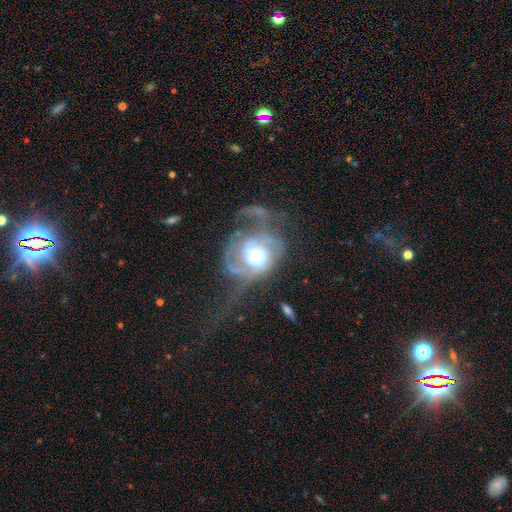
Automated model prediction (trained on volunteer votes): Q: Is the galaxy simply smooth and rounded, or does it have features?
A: featured or disk — 81%.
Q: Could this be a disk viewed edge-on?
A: no — 97%.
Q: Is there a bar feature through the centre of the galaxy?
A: no — 71%.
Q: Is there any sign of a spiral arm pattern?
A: yes — 88%.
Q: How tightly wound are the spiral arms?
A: medium — 39%.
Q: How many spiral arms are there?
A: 2 — 45%.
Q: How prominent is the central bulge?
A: moderate — 54%.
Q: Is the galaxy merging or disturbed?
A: major disturbance — 47%.